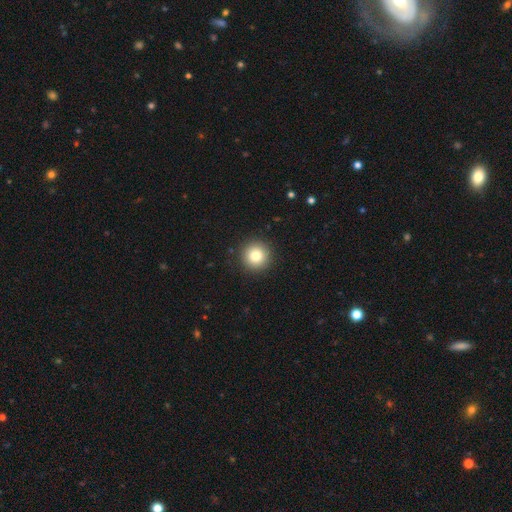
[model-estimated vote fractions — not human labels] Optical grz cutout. It shows a smooth galaxy with no disk features (83%) that is round (95%). Merging: none (92%).